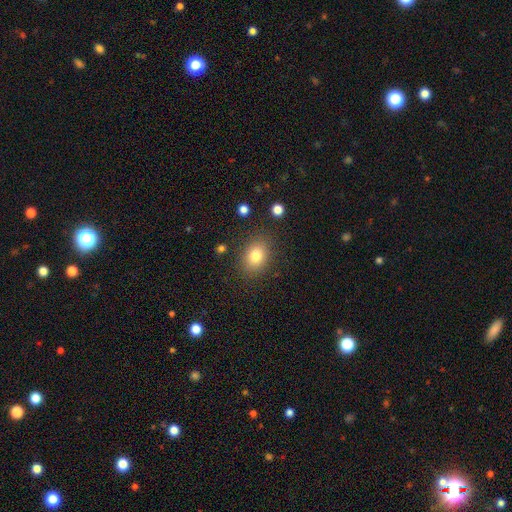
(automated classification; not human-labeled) A smooth galaxy with no disk features (80%) that is in between round and cigar-shaped (62%).

Vote fractions:
- Smooth or featured? smooth: 80% / star or artifact: 11% / featured or disk: 9%
- How rounded? in between: 62% / round: 37% / cigar-shaped: 1%
- Merging? none: 83% / minor disturbance: 11% / major disturbance: 4% / merger: 2%